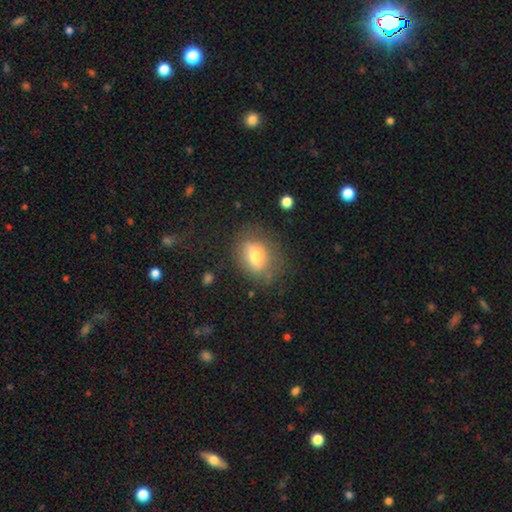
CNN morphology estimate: smooth 67%, featured or disk 23%, star or artifact 10%. Down the decision tree: how rounded — in between (59%); merging — none (69%).